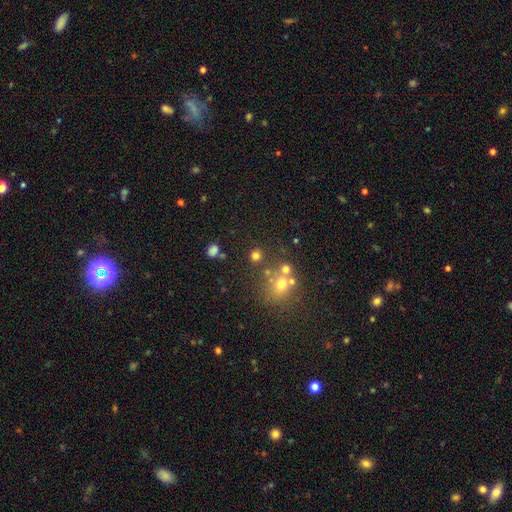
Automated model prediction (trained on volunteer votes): Morphology: type=smooth (70%); roundness=round (85%); merging=none (70%).